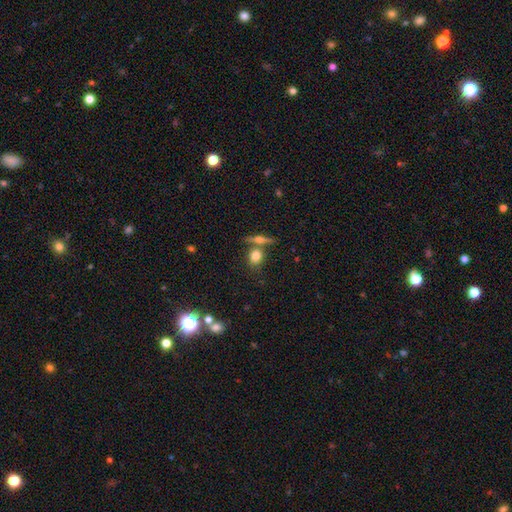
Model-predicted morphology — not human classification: Smooth or featured? smooth (74%)
How rounded? round (62%)
Merging? none (59%)